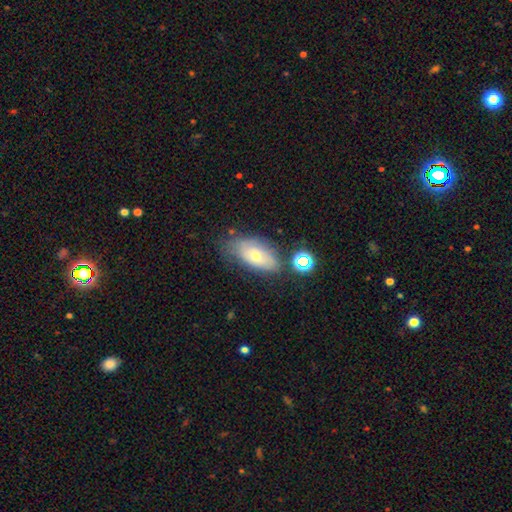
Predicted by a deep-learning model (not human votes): The model was most divided on "smooth or featured": smooth: 51%, featured or disk: 38%, star or artifact: 10%. More confident: how rounded — in between (89%); merging — none (58%).